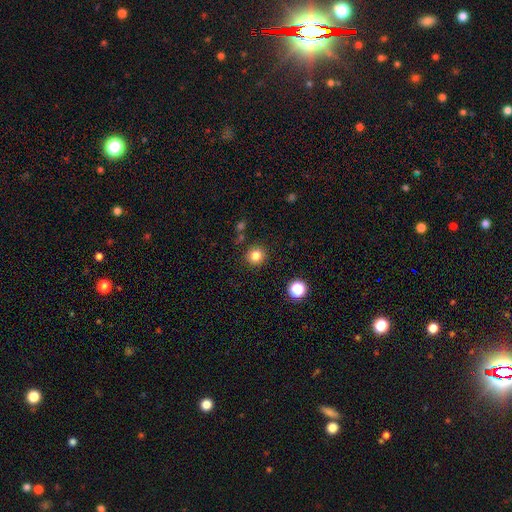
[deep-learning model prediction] A smooth galaxy with no disk features (82%) that is round (91%).

Vote fractions:
- Smooth or featured? smooth: 82% / star or artifact: 13% / featured or disk: 5%
- How rounded? round: 91% / in between: 8% / cigar-shaped: 1%
- Merging? none: 88% / minor disturbance: 7% / merger: 3% / major disturbance: 2%